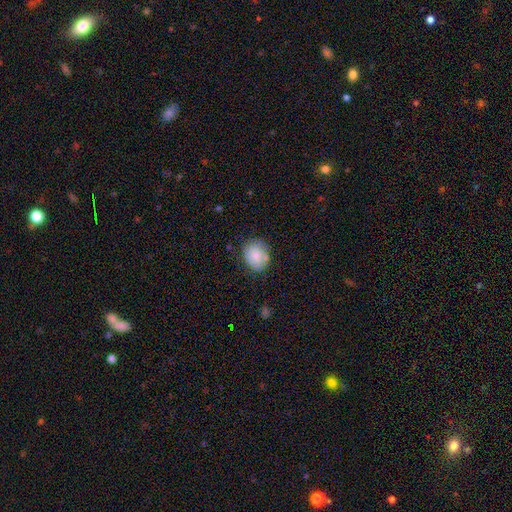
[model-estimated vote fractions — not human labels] Smooth or featured? Predicted: smooth (p=0.78). How rounded? Predicted: round (p=0.57). Merging? Predicted: none (p=0.71).